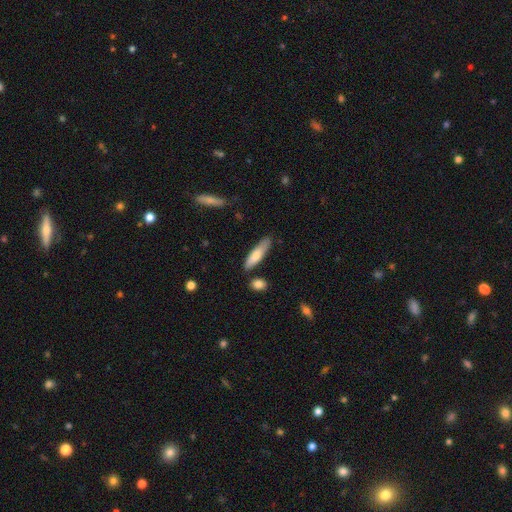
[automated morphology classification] Smooth or featured?
  - smooth: 76% *
  - featured or disk: 19%
  - star or artifact: 5%
How rounded?
  - cigar-shaped: 68% *
  - in between: 31%
  - round: 2%
Merging?
  - none: 75% *
  - minor disturbance: 17%
  - merger: 5%
  - major disturbance: 3%